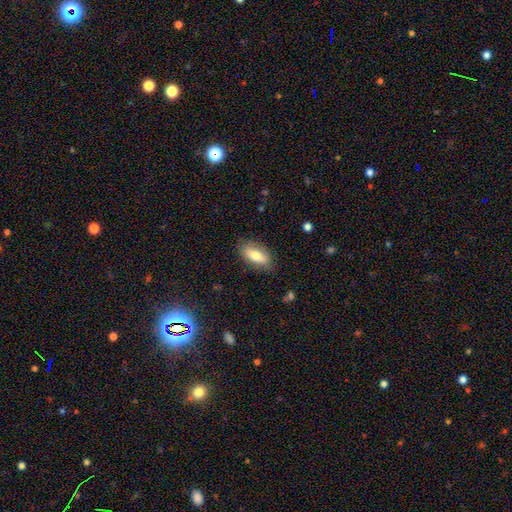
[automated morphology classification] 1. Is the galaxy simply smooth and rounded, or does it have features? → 69% smooth, 24% featured or disk, 7% star or artifact.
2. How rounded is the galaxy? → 85% in between, 12% cigar-shaped, 3% round.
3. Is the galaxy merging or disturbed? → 81% none, 15% minor disturbance, 3% major disturbance, 1% merger.